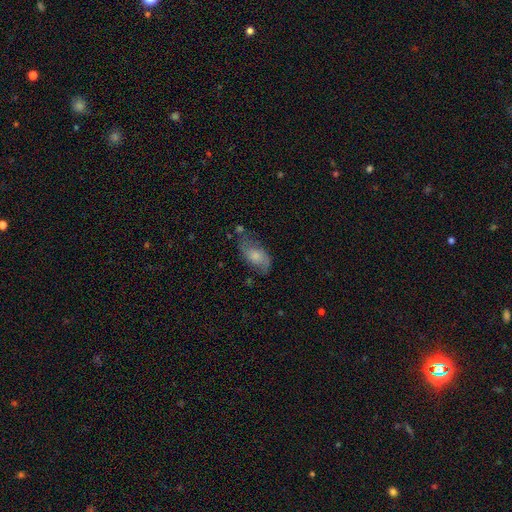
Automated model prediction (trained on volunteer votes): A smooth galaxy with no disk features (49%).

Vote fractions:
- Smooth or featured? smooth: 49% / featured or disk: 43% / star or artifact: 8%
- Merging? none: 50% / minor disturbance: 29% / major disturbance: 15% / merger: 6%